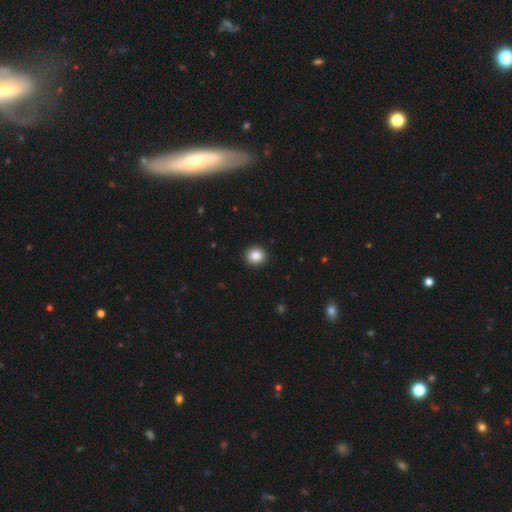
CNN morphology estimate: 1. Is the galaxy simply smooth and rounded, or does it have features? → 88% smooth, 9% star or artifact, 3% featured or disk.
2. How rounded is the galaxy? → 87% round, 12% in between, 1% cigar-shaped.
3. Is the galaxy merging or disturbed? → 92% none, 5% minor disturbance, 2% major disturbance, 1% merger.